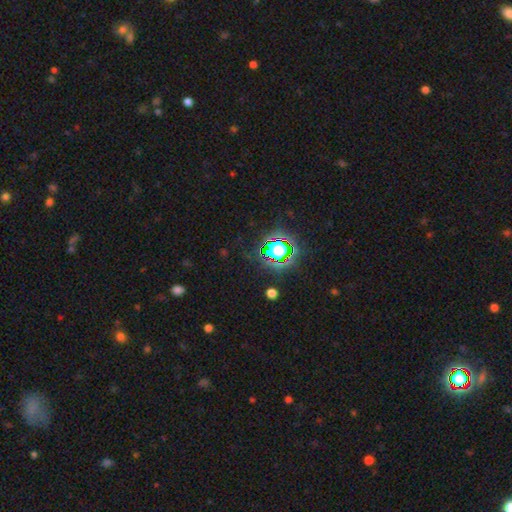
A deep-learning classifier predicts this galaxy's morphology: Q: Smooth or featured?
A: star or artifact (79%); runner-up: smooth (13%)